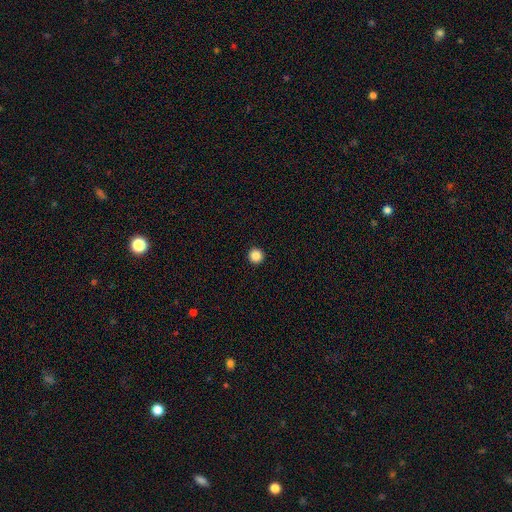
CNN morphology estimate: Q: Smooth or featured?
A: smooth (87%); runner-up: star or artifact (10%)
Q: How rounded?
A: round (97%); runner-up: in between (2%)
Q: Merging?
A: none (94%); runner-up: minor disturbance (4%)